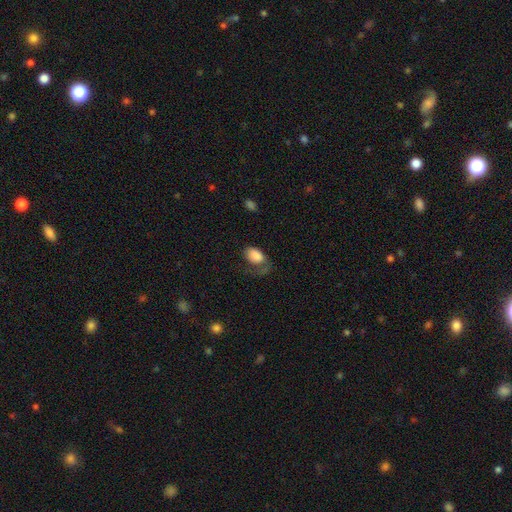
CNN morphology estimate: Overall: smooth (78%). How rounded: in between (88%). Merging: major disturbance (42%; none 32%).